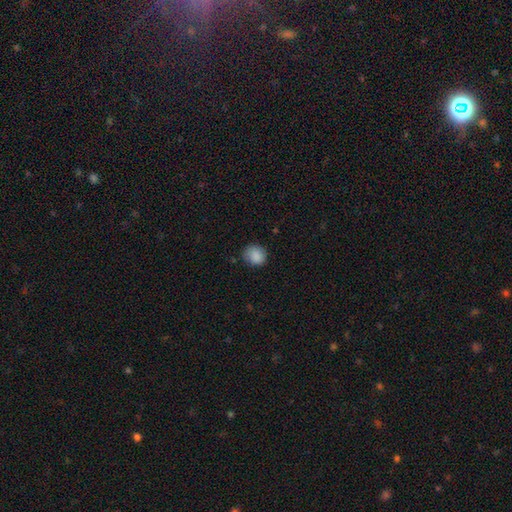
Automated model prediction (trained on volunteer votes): Overall: smooth (88%). How rounded: round (78%). Merging: none (76%).